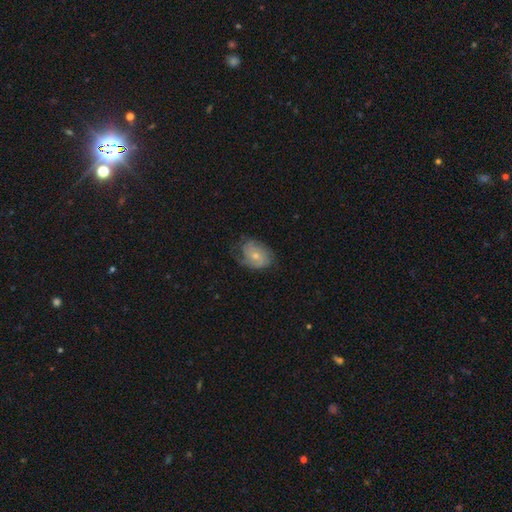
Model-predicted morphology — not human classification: Smooth or featured? Predicted: featured or disk (p=0.53). Edge-on disk? Predicted: no (p=0.96). Bar? Predicted: no (p=0.73). Spiral arms? Predicted: yes (p=0.80). Bulge size? Predicted: moderate (p=0.48). Merging? Predicted: none (p=0.57).